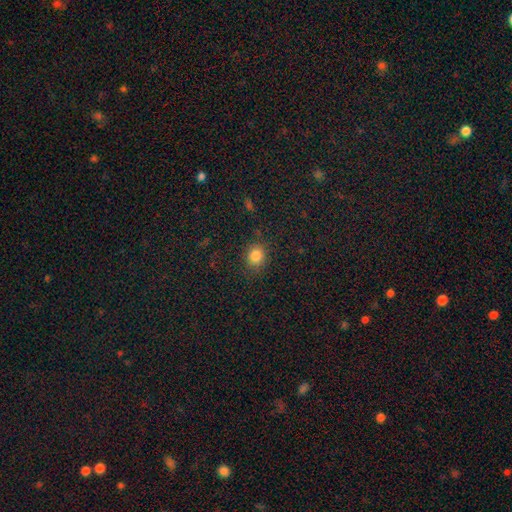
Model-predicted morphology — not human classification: Overall: smooth (83%). How rounded: round (71%). Merging: none (85%).